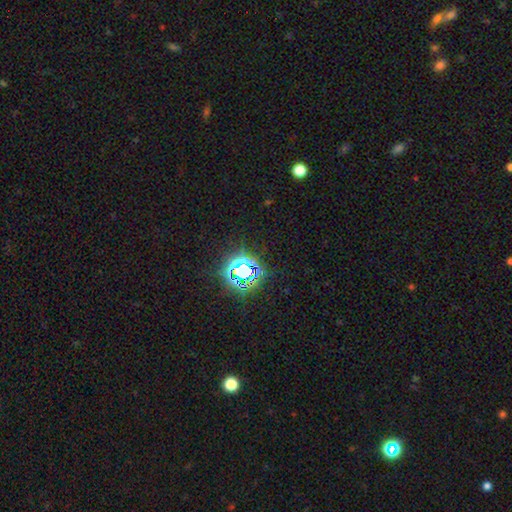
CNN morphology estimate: type=star or artifact (78%).